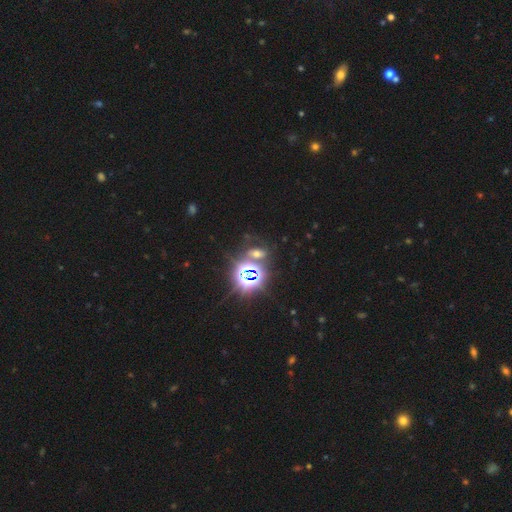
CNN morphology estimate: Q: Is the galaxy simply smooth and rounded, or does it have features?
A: star or artifact — 78%.